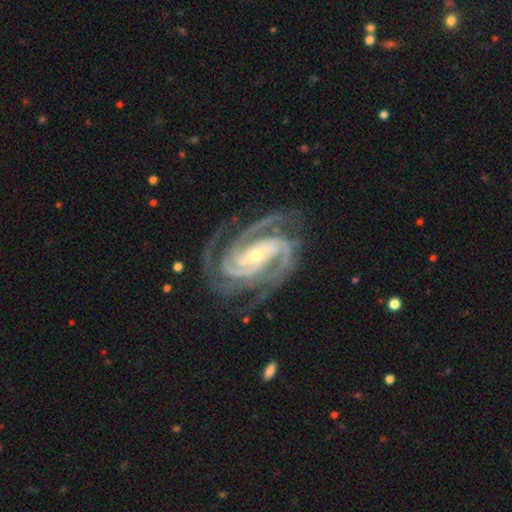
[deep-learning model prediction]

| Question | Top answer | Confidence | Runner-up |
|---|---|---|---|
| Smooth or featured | featured or disk | 95% | star or artifact (4%) |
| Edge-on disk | no | 98% | yes (2%) |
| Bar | strong | 52% | weak (32%) |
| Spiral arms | yes | 99% | no (1%) |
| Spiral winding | tight | 63% | medium (33%) |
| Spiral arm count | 3 | 43% | 2 (33%) |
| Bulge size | small | 54% | moderate (43%) |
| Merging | none | 76% | minor disturbance (16%) |